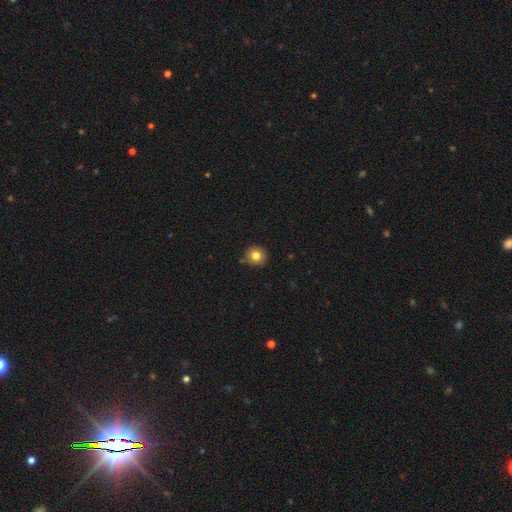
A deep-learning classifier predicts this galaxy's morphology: The model was most divided on "smooth or featured": smooth: 80%, star or artifact: 11%, featured or disk: 9%. More confident: how rounded — round (92%); merging — none (86%).